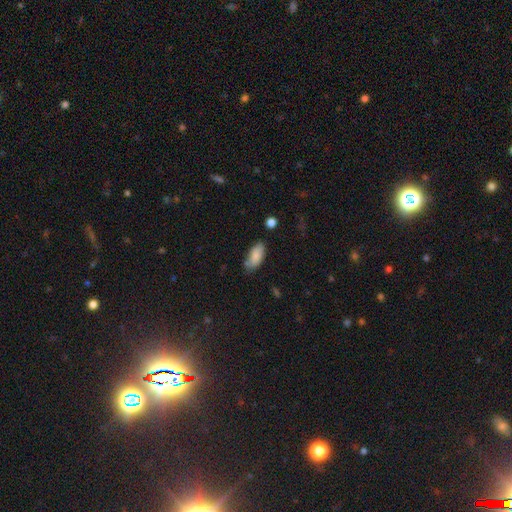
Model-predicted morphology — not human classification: This appears to be a smooth galaxy with no disk features (86%) that is in between round and cigar-shaped (89%). Merging: none (67%).